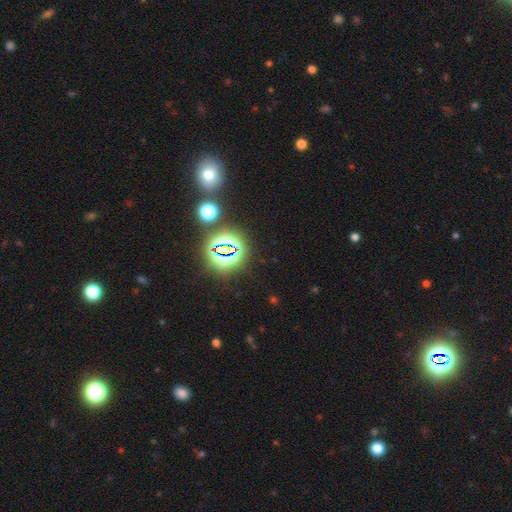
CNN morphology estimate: This is likely a star or artifact rather than a galaxy (78%).